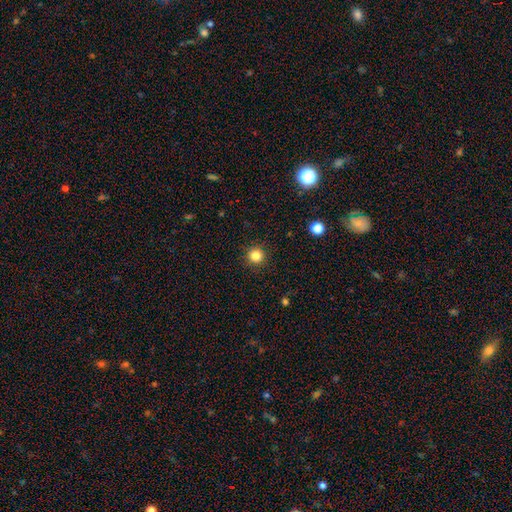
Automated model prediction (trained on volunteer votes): This appears to be a smooth galaxy with no disk features (83%) that is round (96%). Merging: none (92%).